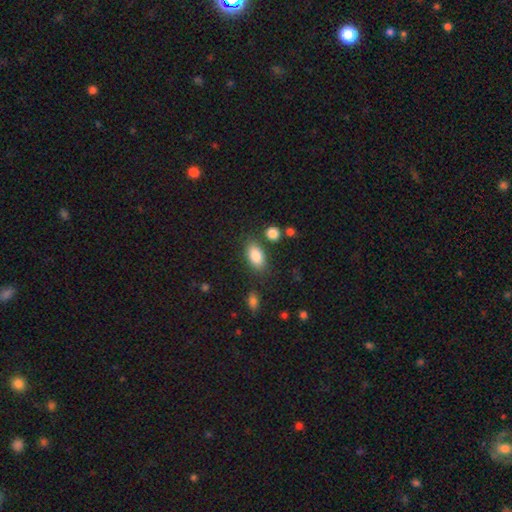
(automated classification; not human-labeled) A smooth galaxy with no disk features (85%) that is in between round and cigar-shaped (91%). Merging: none (79%).